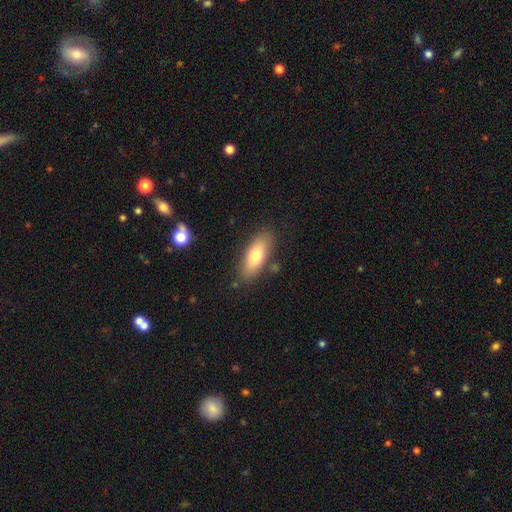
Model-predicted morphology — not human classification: Smooth or featured? Predicted: smooth (p=0.74). How rounded? Predicted: in between (p=0.74). Merging? Predicted: none (p=0.82).